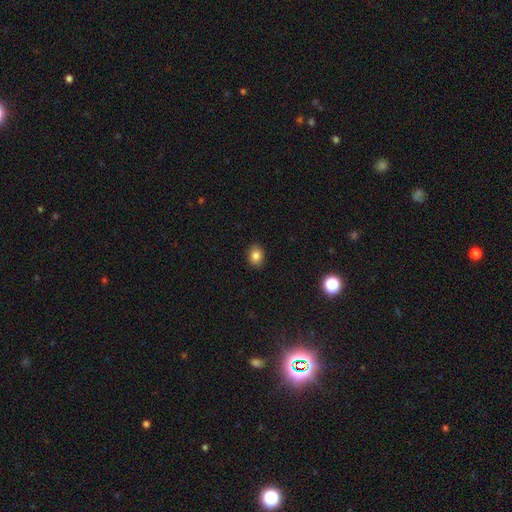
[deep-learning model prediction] smooth_or_featured: smooth (p=0.82) [alt: star or artifact p=0.11]
how_rounded: round (p=0.51) [alt: in between p=0.48]
merging: none (p=0.90) [alt: minor disturbance p=0.07]